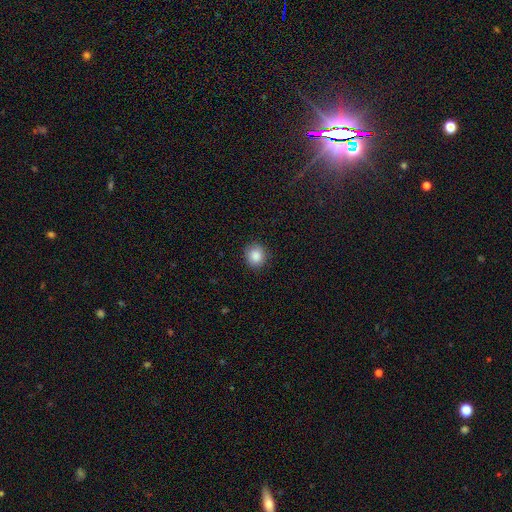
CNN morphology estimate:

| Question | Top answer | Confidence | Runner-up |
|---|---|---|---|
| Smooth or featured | smooth | 87% | star or artifact (9%) |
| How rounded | round | 81% | in between (18%) |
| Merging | none | 86% | minor disturbance (11%) |